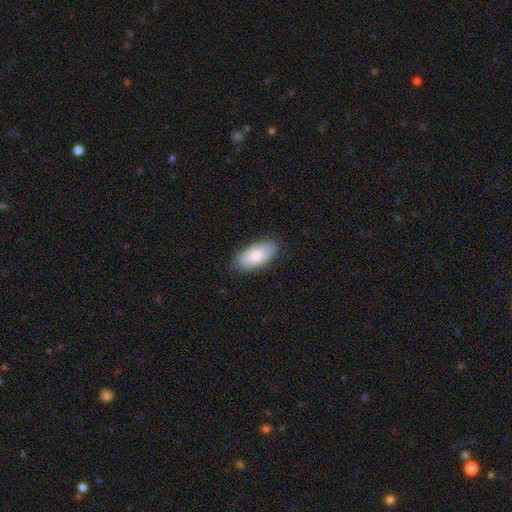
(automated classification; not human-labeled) This appears to be a smooth galaxy with no disk features (78%) that is in between round and cigar-shaped (92%). Merging: none (78%).